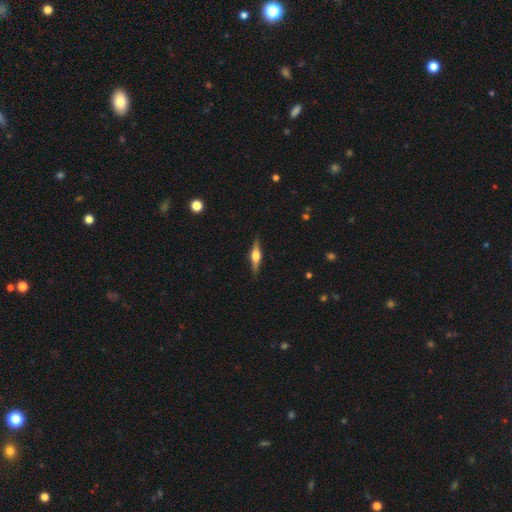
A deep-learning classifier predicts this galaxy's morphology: A featured or disk galaxy (72%) viewed edge-on (97%) with a rounded central bulge (92%). Merging: none (89%).